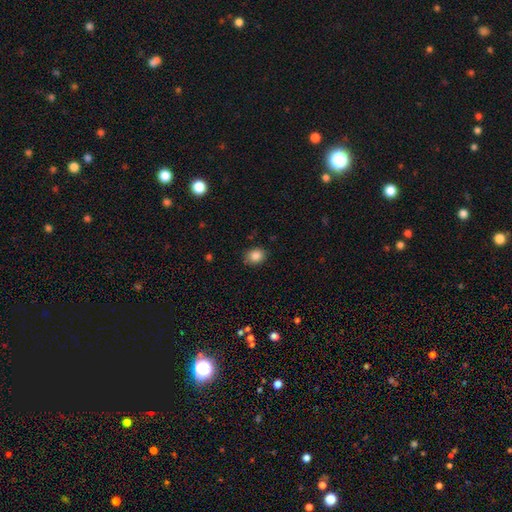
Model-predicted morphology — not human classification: Smooth or featured?
  - smooth: 87% *
  - star or artifact: 9%
  - featured or disk: 4%
How rounded?
  - round: 57% *
  - in between: 42%
  - cigar-shaped: 1%
Merging?
  - none: 83% *
  - minor disturbance: 13%
  - major disturbance: 3%
  - merger: 1%